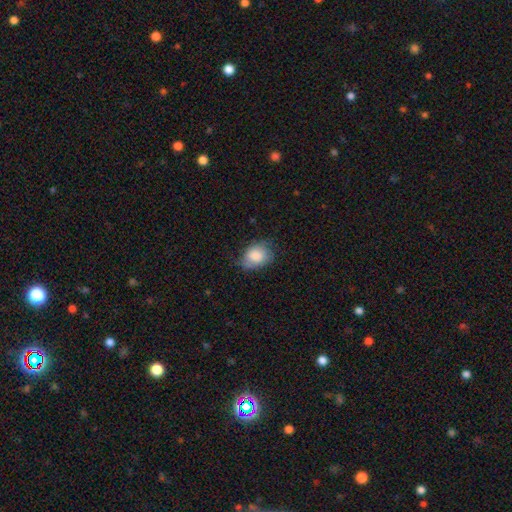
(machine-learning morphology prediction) A smooth galaxy with no disk features (83%) that is in between round and cigar-shaped (67%).

Vote fractions:
- Smooth or featured? smooth: 83% / featured or disk: 10% / star or artifact: 7%
- How rounded? in between: 67% / round: 32% / cigar-shaped: 1%
- Merging? none: 56% / minor disturbance: 33% / major disturbance: 10% / merger: 1%